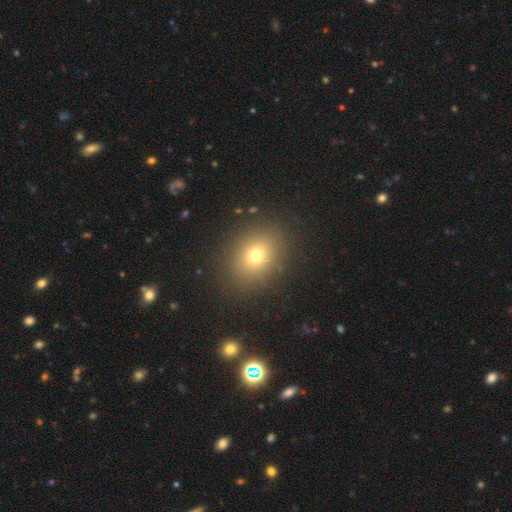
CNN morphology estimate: The model was most divided on "how rounded": round: 52%, in between: 47%, cigar-shaped: 1%. More confident: merging — none (88%); smooth or featured — smooth (72%).